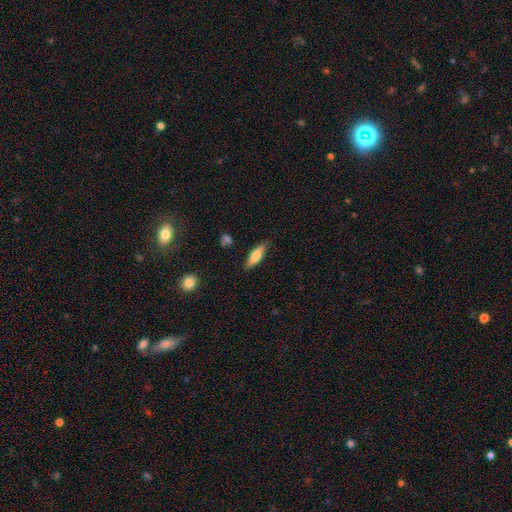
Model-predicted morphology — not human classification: Smooth or featured? Predicted: smooth (p=0.61). How rounded? Predicted: cigar-shaped (p=0.61). Merging? Predicted: none (p=0.84).